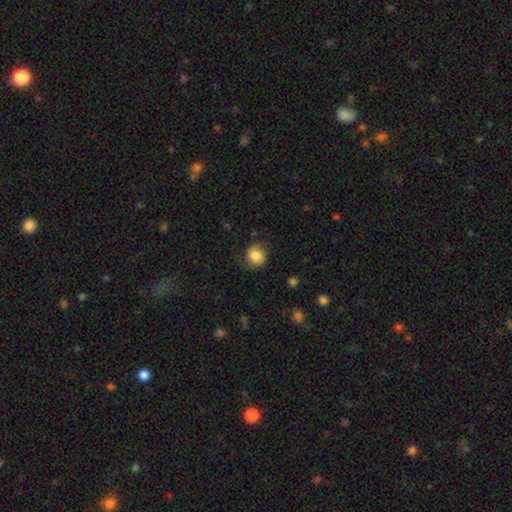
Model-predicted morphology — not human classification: Smooth or featured: smooth — 82% (featured or disk — 10%)
How rounded: round — 81% (in between — 18%)
Merging: none — 74% (minor disturbance — 18%)